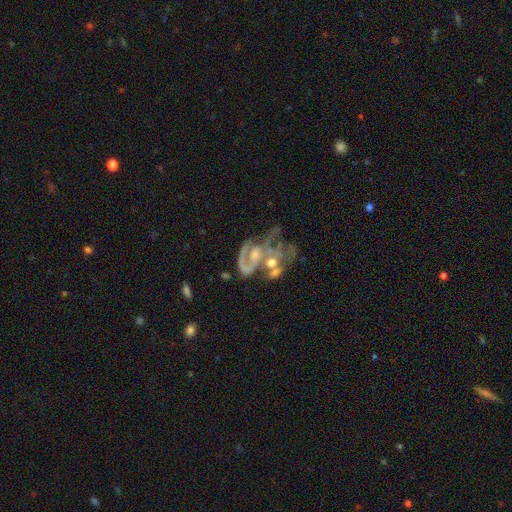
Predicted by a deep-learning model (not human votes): featured or disk 77%, smooth 13%, star or artifact 10%. Down the decision tree: edge-on disk — no (97%); bar — no (65%); spiral arms — yes (71%); spiral arm count — 1 (33%); spiral winding — medium (38%); bulge size — moderate (45%); merging — merger (51%).